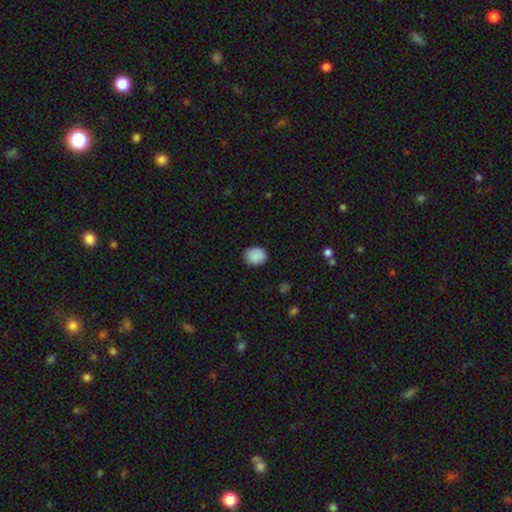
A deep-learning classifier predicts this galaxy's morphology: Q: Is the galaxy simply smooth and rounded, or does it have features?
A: smooth — 89%.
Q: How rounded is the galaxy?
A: round — 61%.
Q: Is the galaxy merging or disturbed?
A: none — 85%.